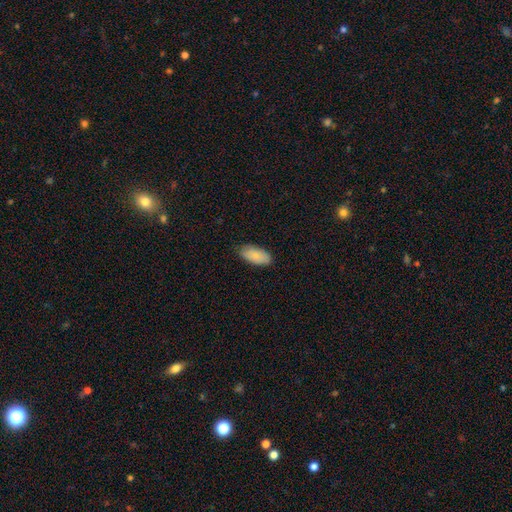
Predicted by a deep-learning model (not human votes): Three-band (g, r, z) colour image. It shows a smooth galaxy with no disk features (85%) that is in between round and cigar-shaped (93%). Merging: none (84%).